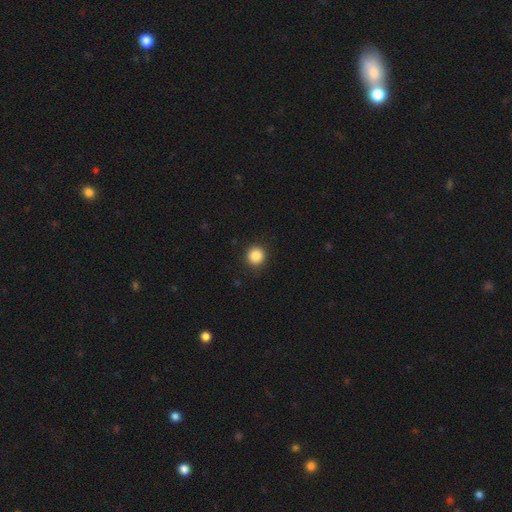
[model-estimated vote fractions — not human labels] smooth 87%, star or artifact 10%, featured or disk 3%. Down the decision tree: how rounded — round (95%); merging — none (90%).